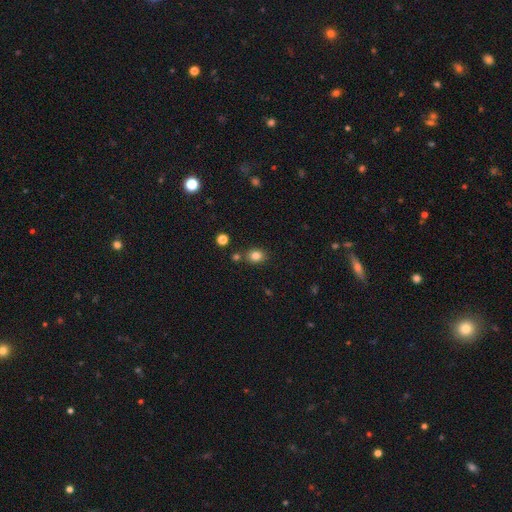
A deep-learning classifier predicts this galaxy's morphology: This is clearly a smooth galaxy (82%). How rounded: possibly round (54%). Merging: likely none (77%).